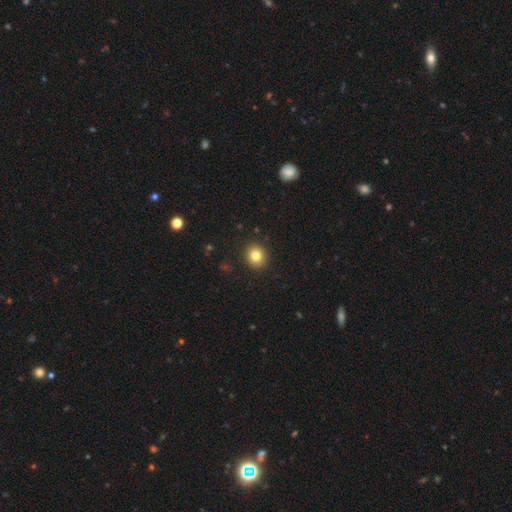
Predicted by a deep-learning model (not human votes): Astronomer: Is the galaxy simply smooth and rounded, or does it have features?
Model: smooth — 81%.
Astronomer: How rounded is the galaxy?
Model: round — 82%.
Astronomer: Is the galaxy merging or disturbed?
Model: none — 92%.